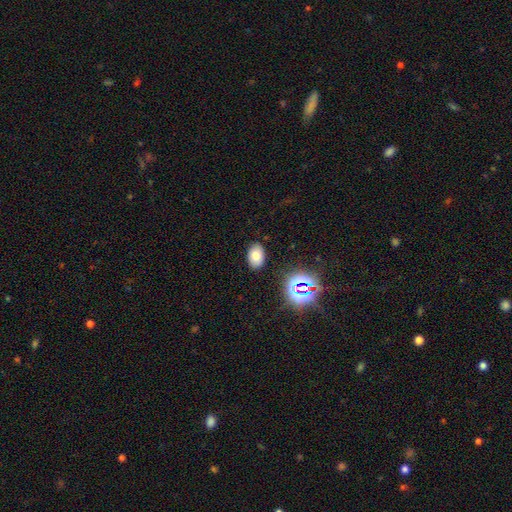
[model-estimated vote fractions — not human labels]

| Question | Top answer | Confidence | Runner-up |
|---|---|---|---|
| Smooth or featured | smooth | 72% | star or artifact (16%) |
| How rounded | in between | 87% | round (12%) |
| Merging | none | 86% | minor disturbance (9%) |